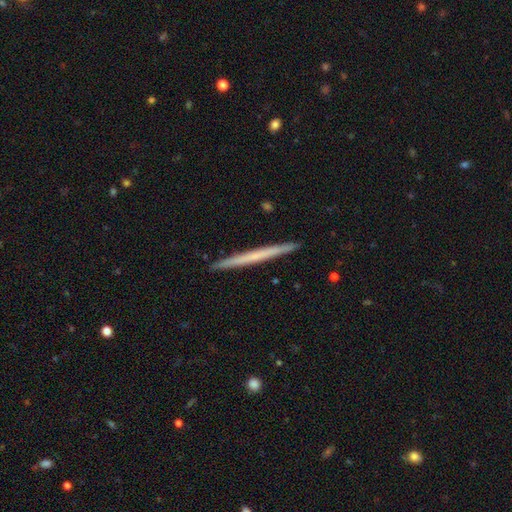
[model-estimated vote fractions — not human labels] Smooth or featured?
  - smooth: 48% *
  - featured or disk: 46%
  - star or artifact: 5%
Merging?
  - none: 93% *
  - minor disturbance: 5%
  - major disturbance: 1%
  - merger: 1%